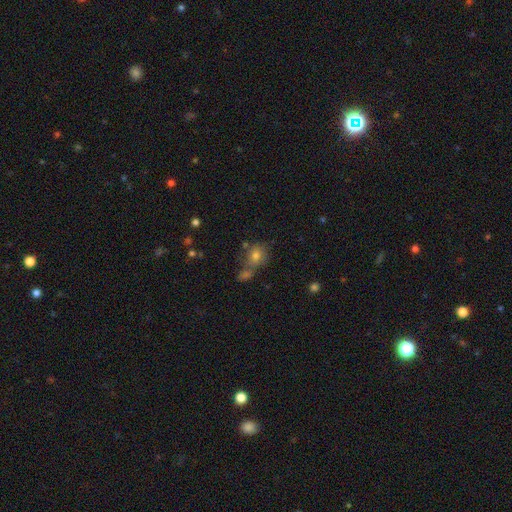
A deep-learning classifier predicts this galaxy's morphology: Smooth or featured? Predicted: smooth (p=0.74). How rounded? Predicted: round (p=0.62). Merging? Predicted: none (p=0.50).